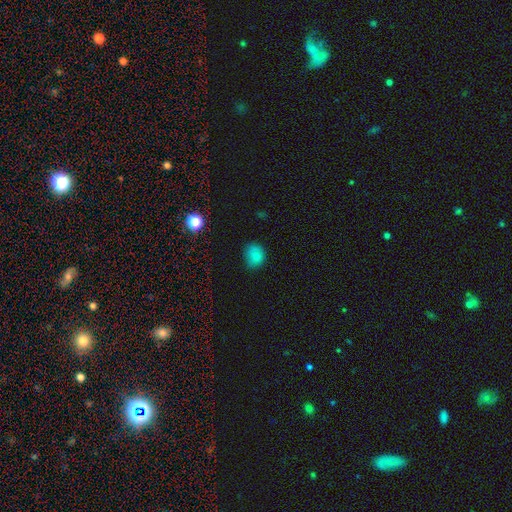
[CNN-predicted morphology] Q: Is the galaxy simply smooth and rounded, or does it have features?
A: smooth — 79%.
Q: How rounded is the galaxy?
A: round — 59%.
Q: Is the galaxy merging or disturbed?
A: none — 69%.